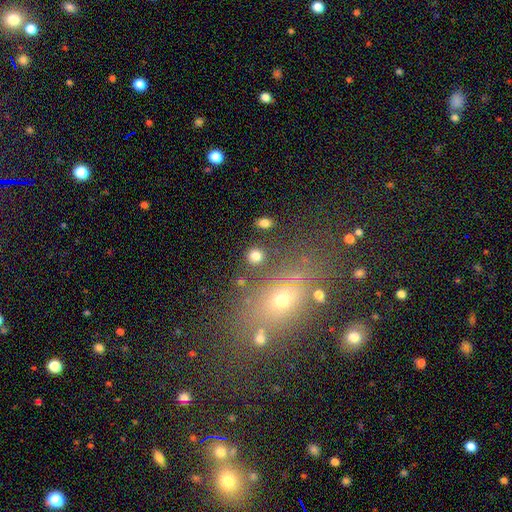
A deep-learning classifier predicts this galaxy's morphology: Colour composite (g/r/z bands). It shows a smooth galaxy with no disk features (81%) that is round (83%). Merging: none (85%).